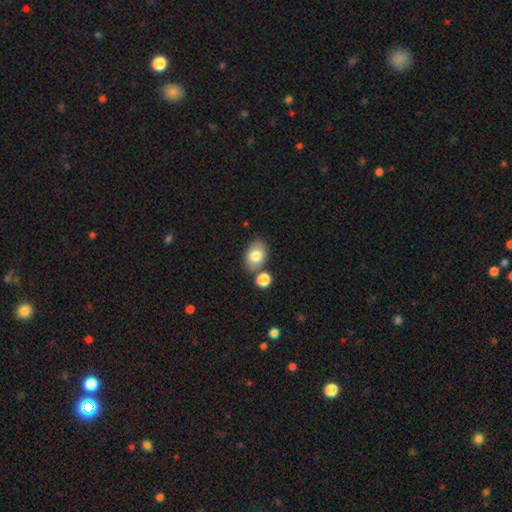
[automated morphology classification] Smooth or featured? Predicted: smooth (p=0.79). How rounded? Predicted: in between (p=0.76). Merging? Predicted: none (p=0.71).